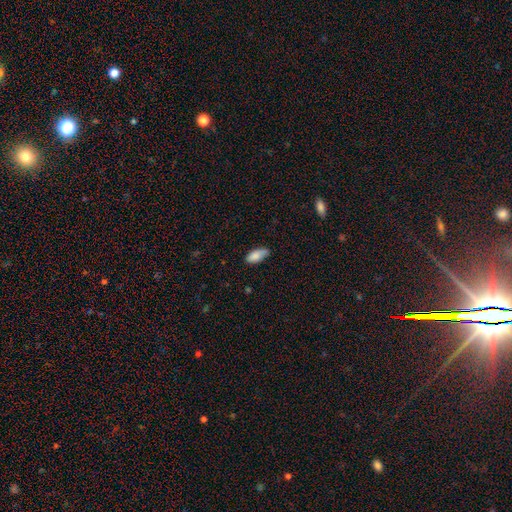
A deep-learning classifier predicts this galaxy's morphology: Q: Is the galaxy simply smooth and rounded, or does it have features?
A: smooth — 84%.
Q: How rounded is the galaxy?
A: in between — 87%.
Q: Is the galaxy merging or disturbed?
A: none — 68%.